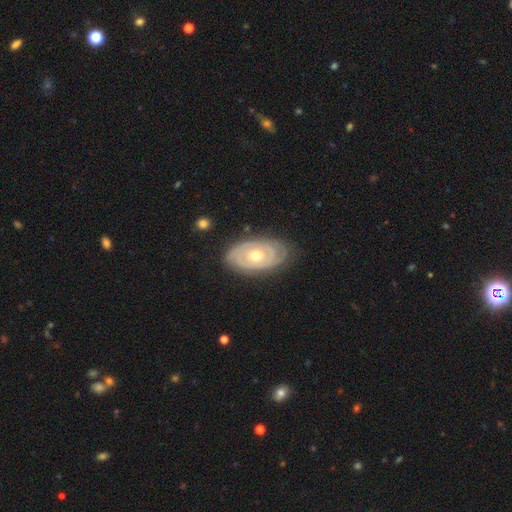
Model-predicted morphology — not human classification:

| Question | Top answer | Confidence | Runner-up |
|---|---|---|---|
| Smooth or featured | featured or disk | 77% | smooth (18%) |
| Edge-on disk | no | 94% | yes (6%) |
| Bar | no | 85% | weak (11%) |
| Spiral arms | yes | 66% | no (34%) |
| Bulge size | moderate | 68% | small (27%) |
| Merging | none | 79% | minor disturbance (16%) |